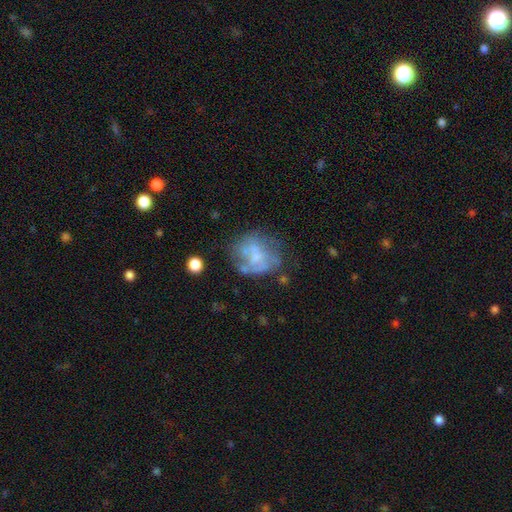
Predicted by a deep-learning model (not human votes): This appears to be a featured or disk galaxy (52%) with no bar (76%), no spiral arms (79%) and no central bulge (42%). Merging: none (42%).